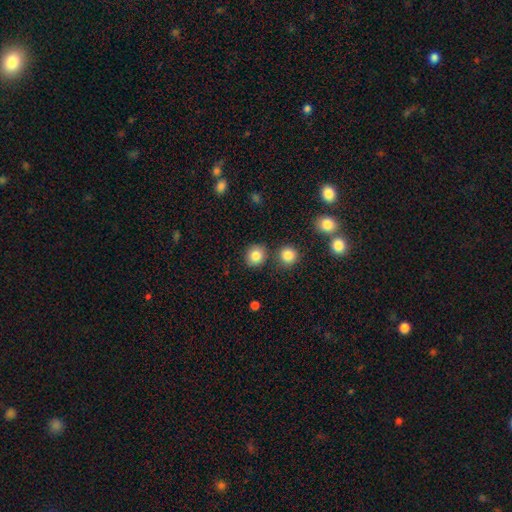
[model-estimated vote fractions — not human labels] Smooth or featured?
  - smooth: 83% *
  - star or artifact: 11%
  - featured or disk: 6%
How rounded?
  - round: 85% *
  - in between: 14%
  - cigar-shaped: 1%
Merging?
  - none: 82% *
  - minor disturbance: 8%
  - merger: 8%
  - major disturbance: 3%